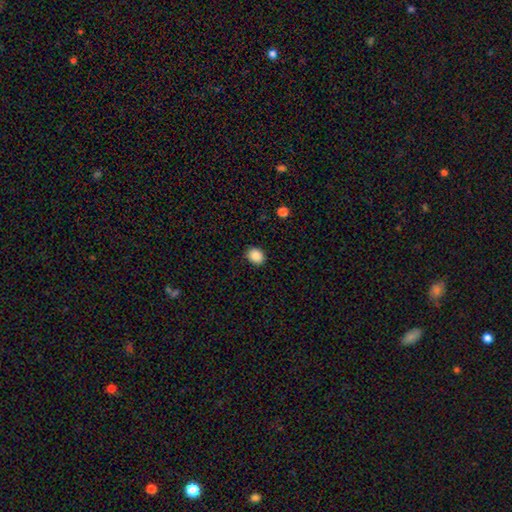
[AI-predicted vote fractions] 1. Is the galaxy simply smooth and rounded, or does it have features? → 89% smooth, 9% star or artifact, 3% featured or disk.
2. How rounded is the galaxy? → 50% round, 49% in between, 1% cigar-shaped.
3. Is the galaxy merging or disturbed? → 89% none, 8% minor disturbance, 2% major disturbance, 1% merger.